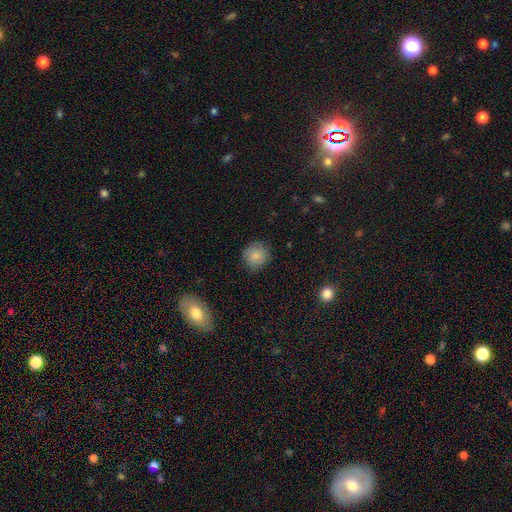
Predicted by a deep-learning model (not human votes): Smooth or featured: smooth — 85% (star or artifact — 9%)
How rounded: round — 87% (in between — 12%)
Merging: none — 85% (minor disturbance — 12%)